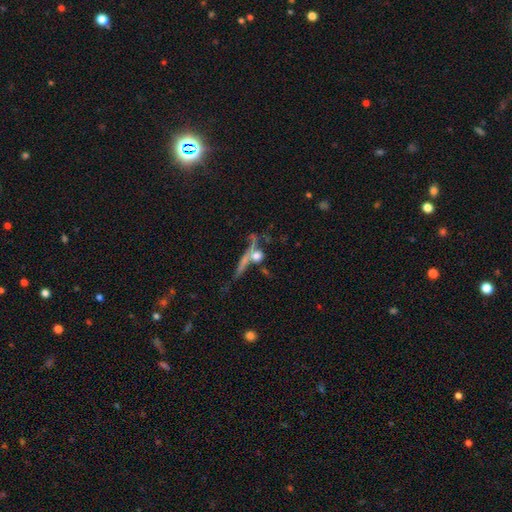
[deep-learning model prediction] smooth 47%, featured or disk 35%, star or artifact 17%. Down the decision tree: merging — none (45%).